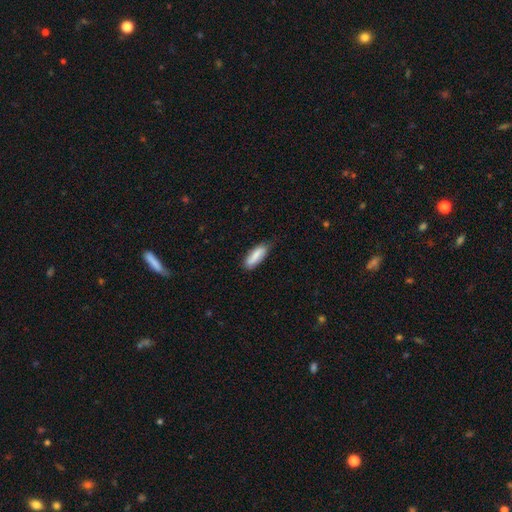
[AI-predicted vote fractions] Q: Smooth or featured?
A: smooth (77%); runner-up: featured or disk (17%)
Q: How rounded?
A: in between (61%); runner-up: cigar-shaped (37%)
Q: Merging?
A: none (63%); runner-up: minor disturbance (30%)